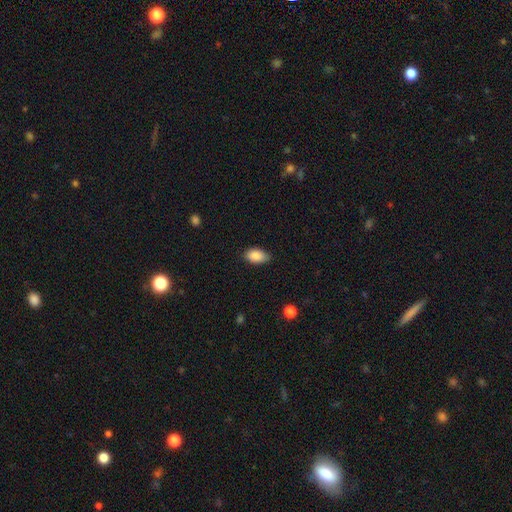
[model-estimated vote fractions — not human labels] Smooth or featured? Predicted: smooth (p=0.88). How rounded? Predicted: in between (p=0.92). Merging? Predicted: none (p=0.79).